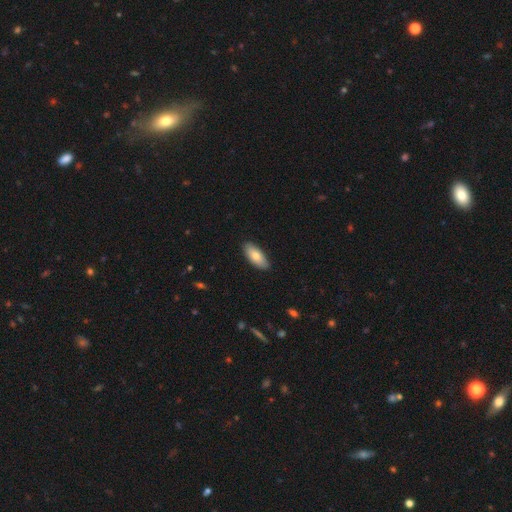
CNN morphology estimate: Q: Smooth or featured?
A: smooth (78%); runner-up: featured or disk (17%)
Q: How rounded?
A: in between (86%); runner-up: cigar-shaped (12%)
Q: Merging?
A: none (88%); runner-up: minor disturbance (9%)